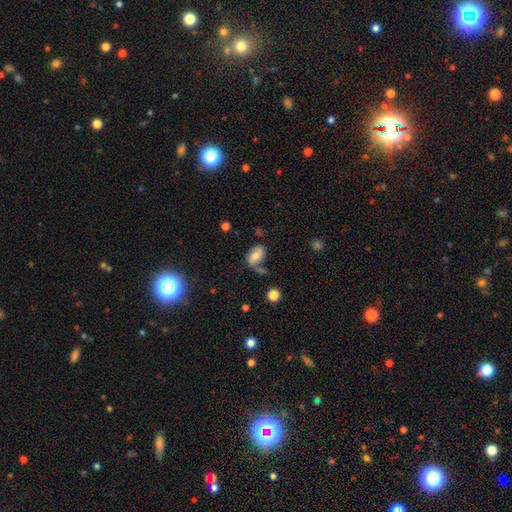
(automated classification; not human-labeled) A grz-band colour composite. It shows a smooth galaxy with no disk features (69%) that is in between round and cigar-shaped (91%). Merging: none (51%).